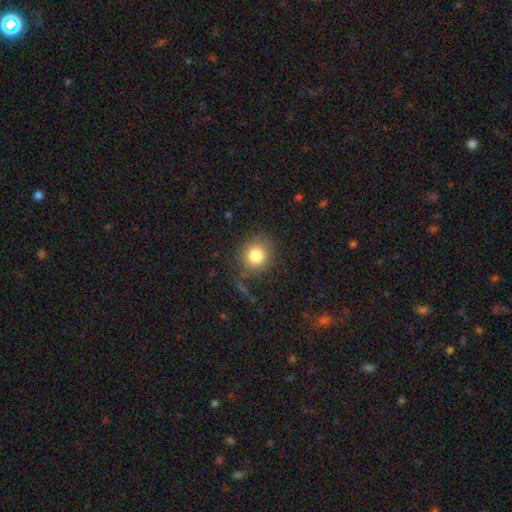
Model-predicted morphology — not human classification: A smooth galaxy with no disk features (81%) that is round (87%). Merging: none (80%).